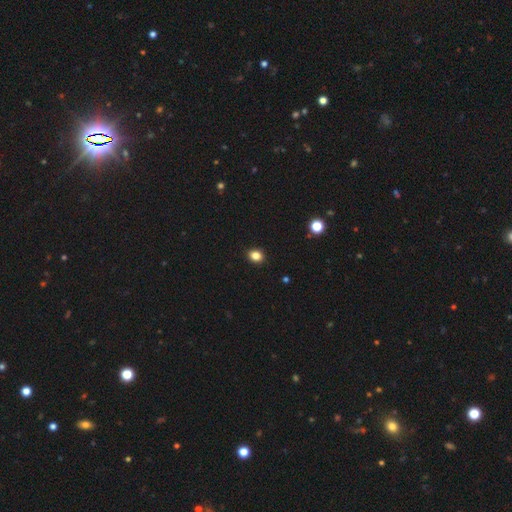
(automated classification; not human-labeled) Smooth or featured?
  - smooth: 84% *
  - star or artifact: 12%
  - featured or disk: 4%
How rounded?
  - round: 64% *
  - in between: 35%
  - cigar-shaped: 1%
Merging?
  - none: 91% *
  - minor disturbance: 6%
  - major disturbance: 2%
  - merger: 1%